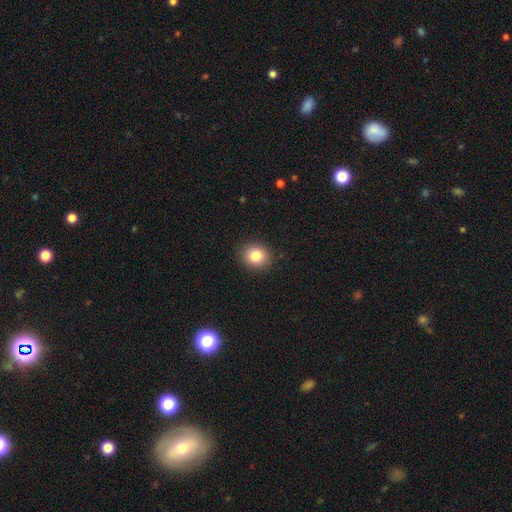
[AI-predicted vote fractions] Smooth or featured? smooth (82%)
How rounded? round (72%)
Merging? none (89%)